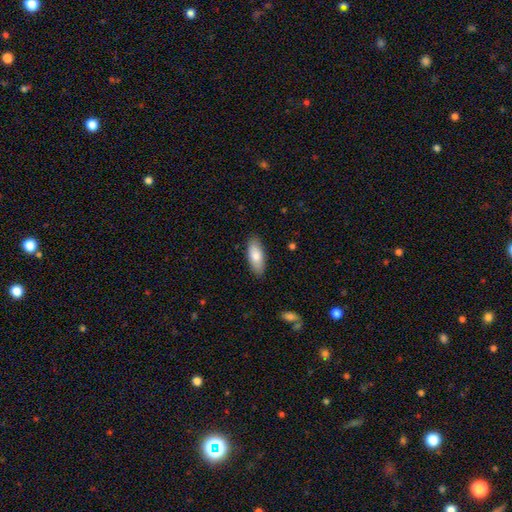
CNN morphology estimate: A smooth galaxy with no disk features (81%) that is in between round and cigar-shaped (77%). Merging: none (87%).